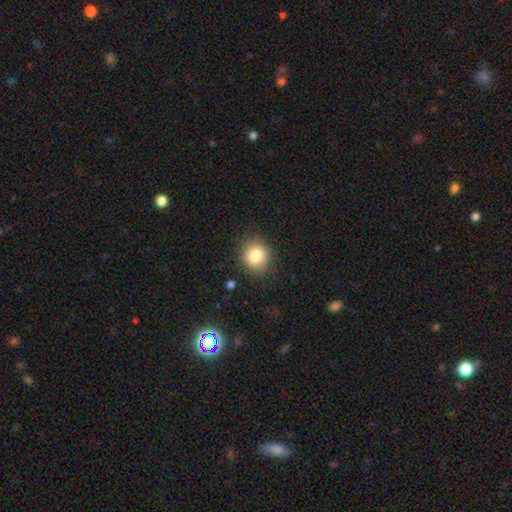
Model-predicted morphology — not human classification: smooth-or-featured: smooth: 81% | star or artifact: 11% | featured or disk: 8%
  how-rounded: round: 81% | in between: 18% | cigar-shaped: 1%
  merging: none: 86% | minor disturbance: 10% | major disturbance: 3% | merger: 1%